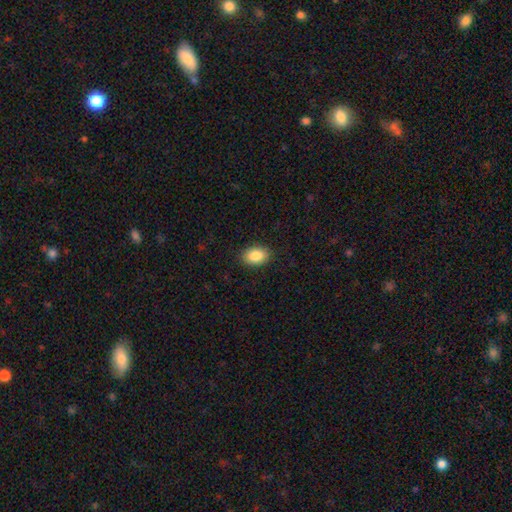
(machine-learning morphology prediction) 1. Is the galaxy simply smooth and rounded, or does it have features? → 87% smooth, 7% star or artifact, 6% featured or disk.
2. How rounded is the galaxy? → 86% in between, 13% round, 1% cigar-shaped.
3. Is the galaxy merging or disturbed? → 89% none, 8% minor disturbance, 2% major disturbance, 1% merger.